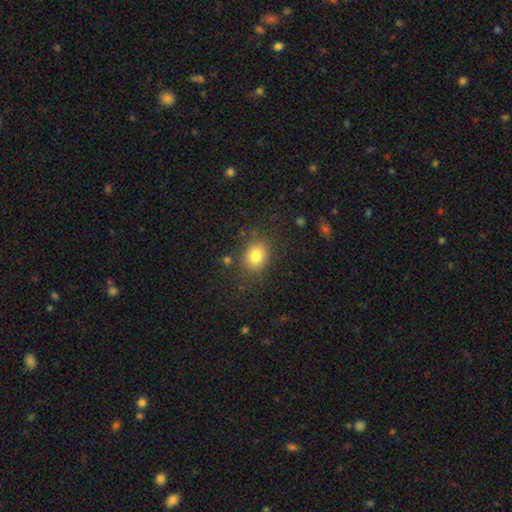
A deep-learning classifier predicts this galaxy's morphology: smooth_or_featured: smooth (p=0.80) [alt: star or artifact p=0.11]
how_rounded: round (p=0.51) [alt: in between p=0.48]
merging: none (p=0.82) [alt: minor disturbance p=0.12]